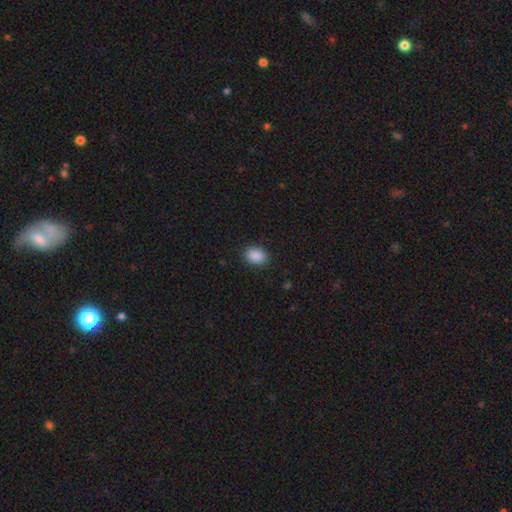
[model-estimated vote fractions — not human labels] A smooth galaxy with no disk features (89%) that is in between round and cigar-shaped (72%).

Vote fractions:
- Smooth or featured? smooth: 89% / star or artifact: 8% / featured or disk: 3%
- How rounded? in between: 72% / round: 27% / cigar-shaped: 1%
- Merging? none: 87% / minor disturbance: 9% / major disturbance: 3% / merger: 1%